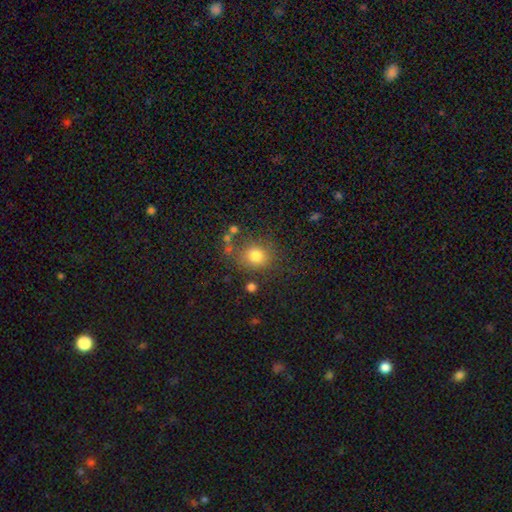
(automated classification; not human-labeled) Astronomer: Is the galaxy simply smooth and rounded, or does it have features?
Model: smooth — 79%.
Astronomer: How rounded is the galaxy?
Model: round — 77%.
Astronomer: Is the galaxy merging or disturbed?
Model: none — 74%.